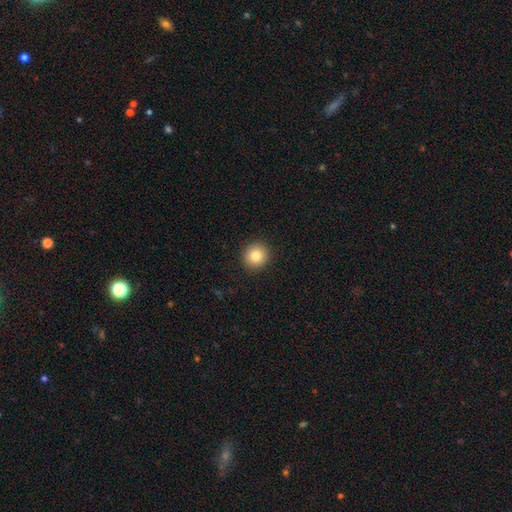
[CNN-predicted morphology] This is clearly a smooth galaxy (83%). How rounded: clearly round (92%). Merging: clearly none (92%).